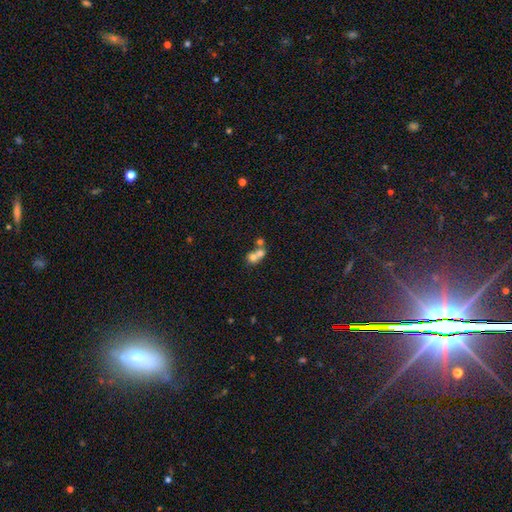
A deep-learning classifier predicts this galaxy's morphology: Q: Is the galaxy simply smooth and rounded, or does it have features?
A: smooth — 64%.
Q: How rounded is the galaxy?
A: round — 72%.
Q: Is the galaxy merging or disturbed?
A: merger — 70%.